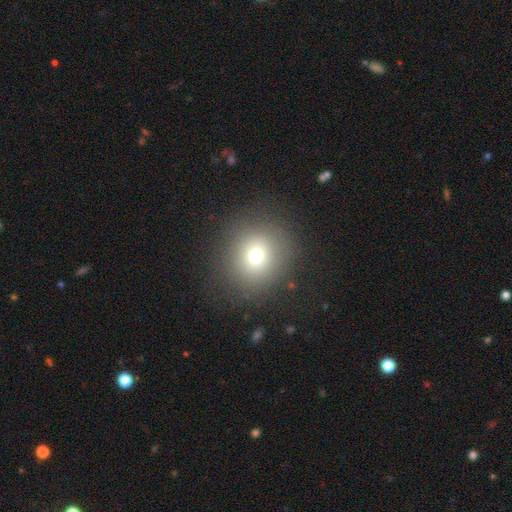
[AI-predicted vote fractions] Q: Smooth or featured?
A: smooth (70%); runner-up: star or artifact (17%)
Q: How rounded?
A: round (89%); runner-up: in between (10%)
Q: Merging?
A: none (85%); runner-up: minor disturbance (8%)